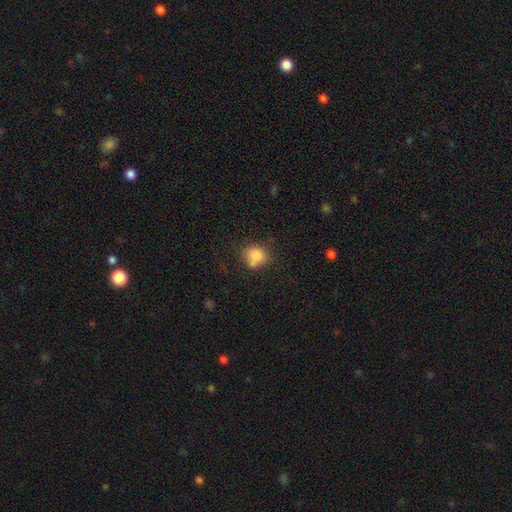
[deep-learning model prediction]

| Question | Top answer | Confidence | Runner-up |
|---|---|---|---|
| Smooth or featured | smooth | 80% | star or artifact (10%) |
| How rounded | round | 70% | in between (29%) |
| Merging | none | 54% | minor disturbance (20%) |